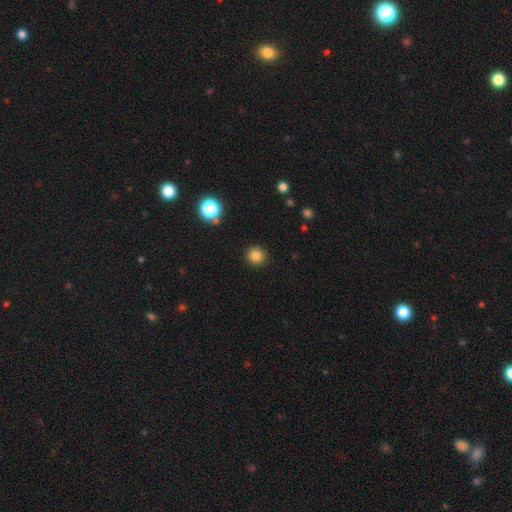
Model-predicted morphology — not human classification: A smooth galaxy with no disk features (83%) that is round (93%).

Vote fractions:
- Smooth or featured? smooth: 83% / star or artifact: 12% / featured or disk: 5%
- How rounded? round: 93% / in between: 6% / cigar-shaped: 1%
- Merging? none: 91% / minor disturbance: 5% / major disturbance: 2% / merger: 1%